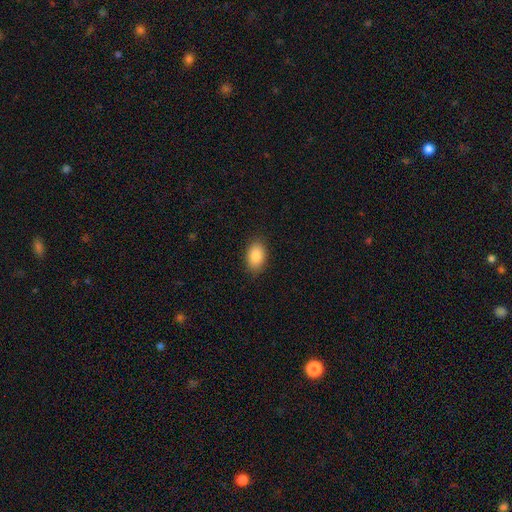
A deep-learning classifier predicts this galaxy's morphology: This appears to be a smooth galaxy with no disk features (87%) that is in between round and cigar-shaped (90%). Merging: none (87%).